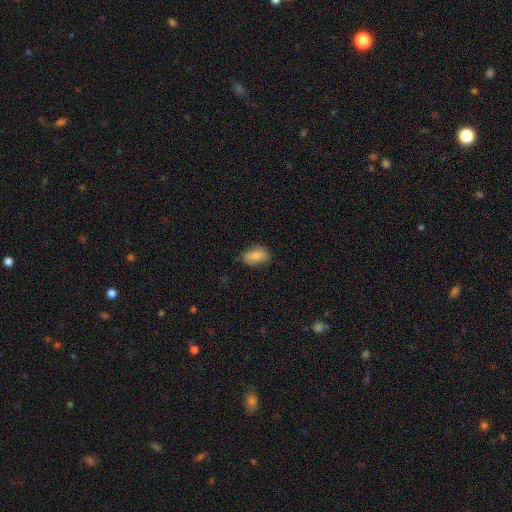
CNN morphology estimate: Q: Smooth or featured?
A: smooth (80%); runner-up: featured or disk (13%)
Q: How rounded?
A: in between (91%); runner-up: round (7%)
Q: Merging?
A: none (75%); runner-up: minor disturbance (20%)